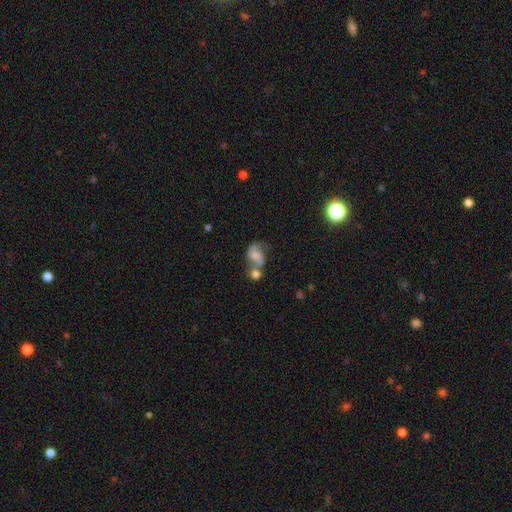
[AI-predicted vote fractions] Smooth or featured? Predicted: smooth (p=0.48). Merging? Predicted: merger (p=0.46).